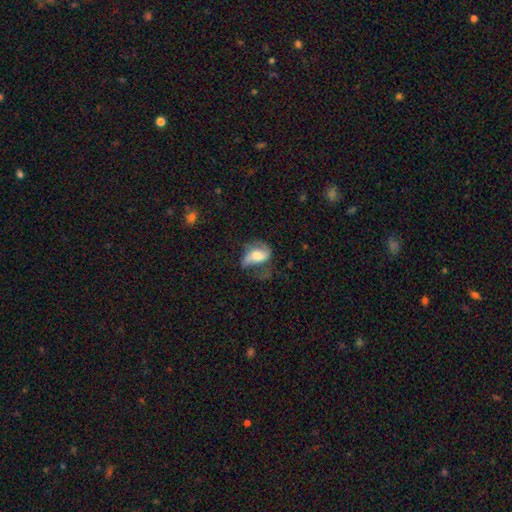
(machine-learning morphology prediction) Smooth or featured: featured or disk — 54% (smooth — 38%)
Edge-on disk: no — 95% (yes — 5%)
Bar: no — 50% (weak — 33%)
Spiral arms: yes — 76% (no — 24%)
Bulge size: moderate — 46% (large — 24%)
Merging: none — 36% (major disturbance — 35%)